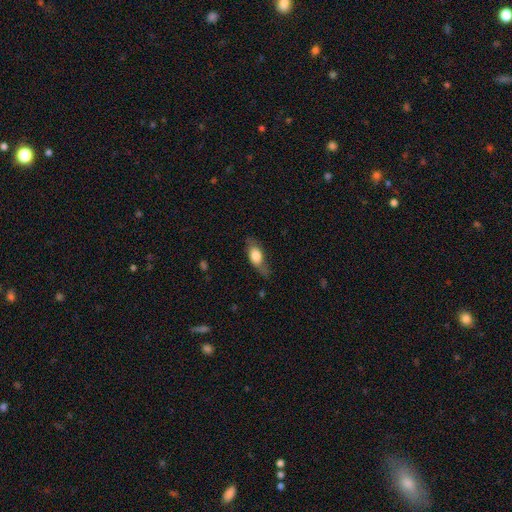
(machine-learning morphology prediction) This appears to be a smooth galaxy with no disk features (69%) that is in between round and cigar-shaped (77%). Merging: none (58%).